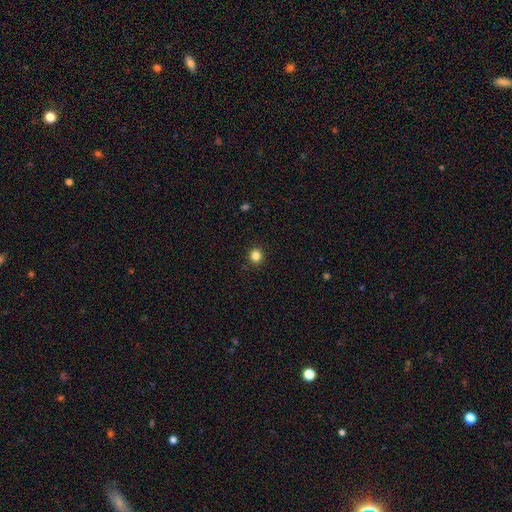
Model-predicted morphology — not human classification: The model was most divided on "smooth or featured": smooth: 83%, star or artifact: 13%, featured or disk: 4%. More confident: merging — none (92%); how rounded — round (90%).